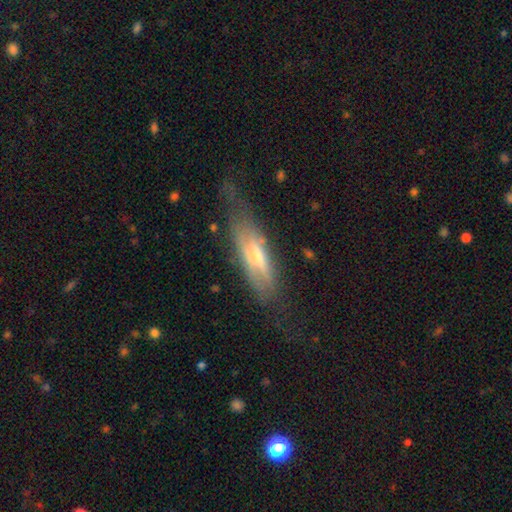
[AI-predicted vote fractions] A featured or disk galaxy (59%) viewed edge-on (66%). Merging: none (53%).